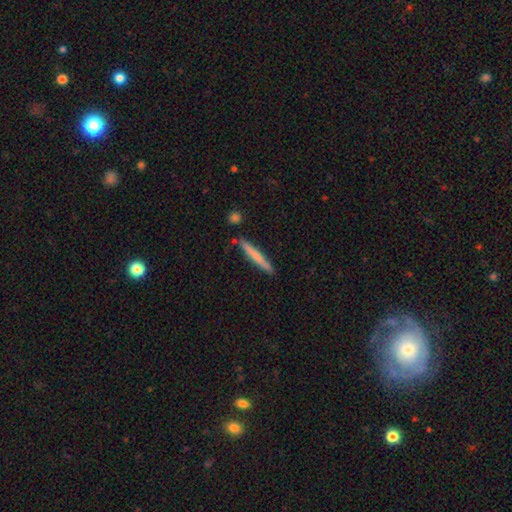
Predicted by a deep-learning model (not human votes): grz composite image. It shows a smooth galaxy with no disk features (67%) that is cigar-shaped (96%). Merging: none (86%).